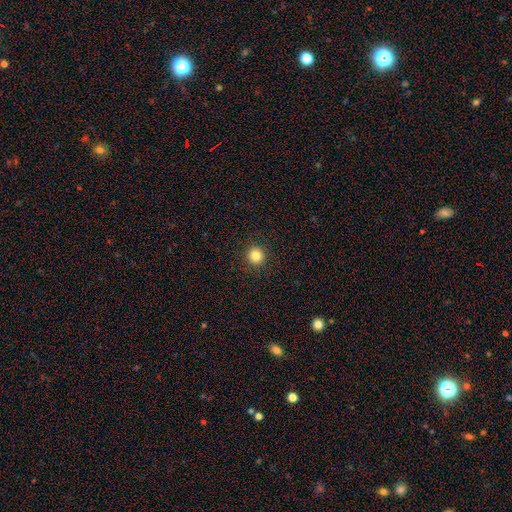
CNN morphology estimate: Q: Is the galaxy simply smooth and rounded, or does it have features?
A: smooth — 83%.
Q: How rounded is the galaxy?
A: round — 95%.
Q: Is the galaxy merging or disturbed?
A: none — 93%.